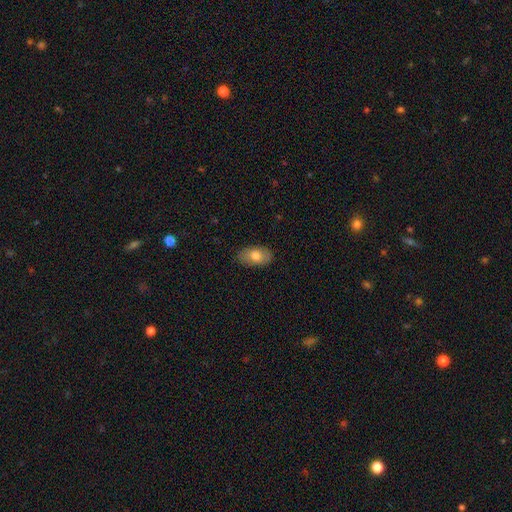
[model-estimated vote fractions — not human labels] smooth-or-featured: smooth: 75% | featured or disk: 18% | star or artifact: 7%
  how-rounded: in between: 92% | round: 6% | cigar-shaped: 2%
  merging: none: 85% | minor disturbance: 12% | major disturbance: 2% | merger: 1%